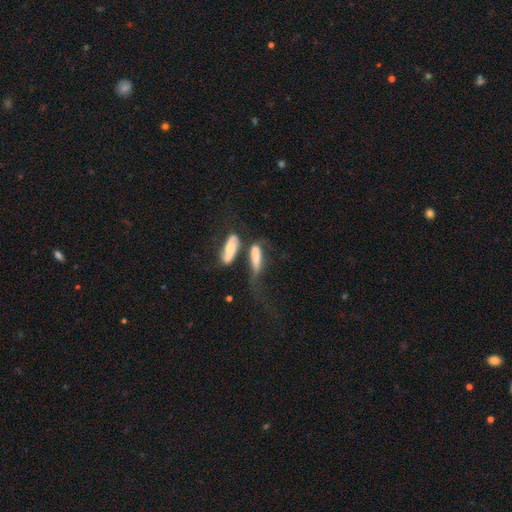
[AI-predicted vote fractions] smooth-or-featured: smooth: 62% | featured or disk: 30% | star or artifact: 8%
  how-rounded: cigar-shaped: 56% | in between: 41% | round: 3%
  merging: merger: 34% | none: 29% | major disturbance: 19% | minor disturbance: 17%